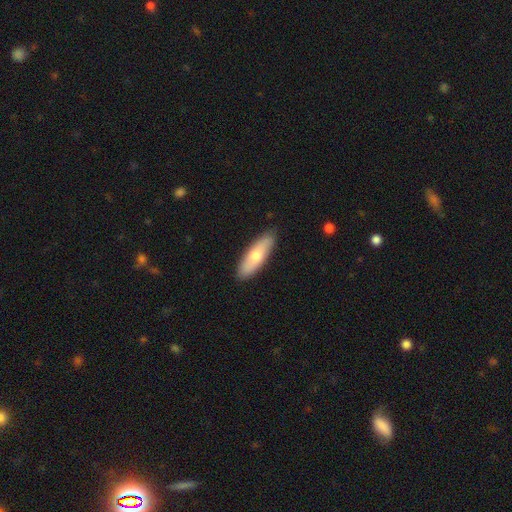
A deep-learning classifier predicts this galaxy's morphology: Q: Smooth or featured?
A: smooth (65%); runner-up: featured or disk (29%)
Q: How rounded?
A: in between (52%); runner-up: cigar-shaped (46%)
Q: Merging?
A: none (88%); runner-up: minor disturbance (9%)